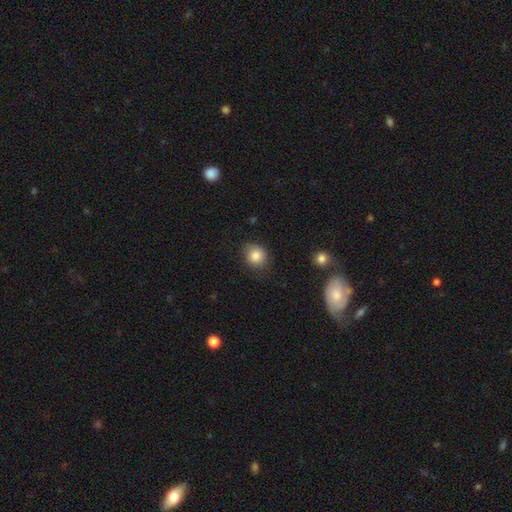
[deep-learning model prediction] Smooth or featured?
  - smooth: 84% *
  - star or artifact: 10%
  - featured or disk: 6%
How rounded?
  - round: 72% *
  - in between: 27%
  - cigar-shaped: 1%
Merging?
  - none: 77% *
  - minor disturbance: 17%
  - major disturbance: 4%
  - merger: 2%